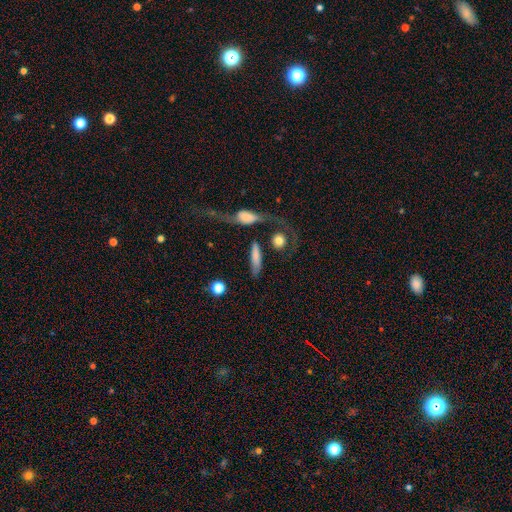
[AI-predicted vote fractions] smooth-or-featured: smooth: 68% | featured or disk: 25% | star or artifact: 6%
  how-rounded: cigar-shaped: 60% | in between: 32% | round: 8%
  merging: none: 48% | merger: 19% | minor disturbance: 17% | major disturbance: 16%